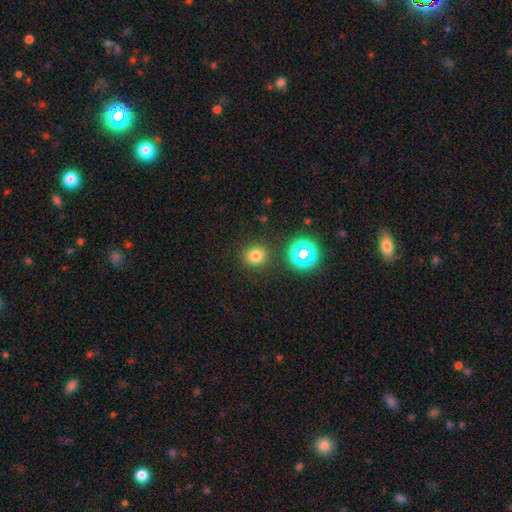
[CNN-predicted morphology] Smooth or featured? smooth (75%)
How rounded? round (87%)
Merging? none (89%)